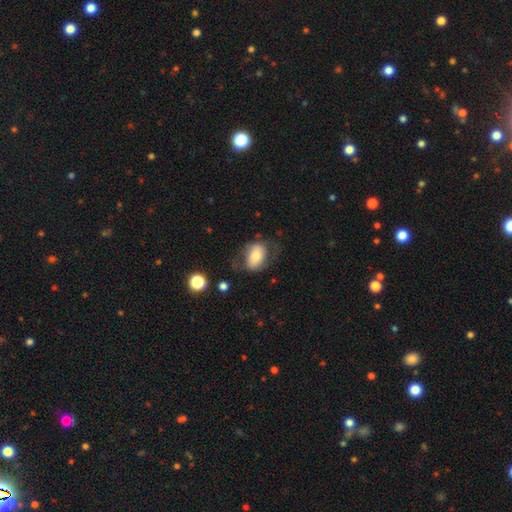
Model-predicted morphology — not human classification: Smooth or featured? Predicted: smooth (p=0.60). How rounded? Predicted: in between (p=0.81). Merging? Predicted: none (p=0.56).